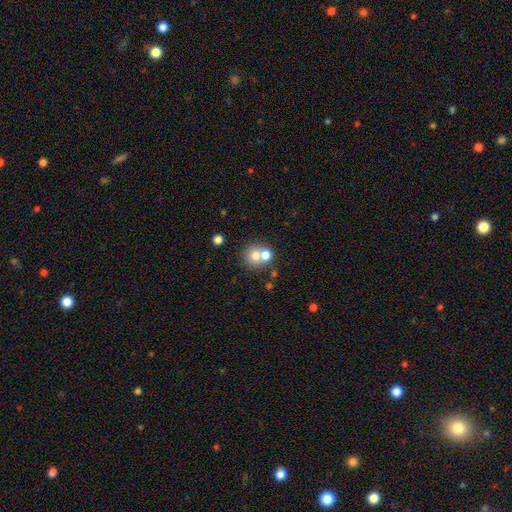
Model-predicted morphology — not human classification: Smooth or featured? smooth (71%)
How rounded? round (84%)
Merging? none (45%, tied with merger)